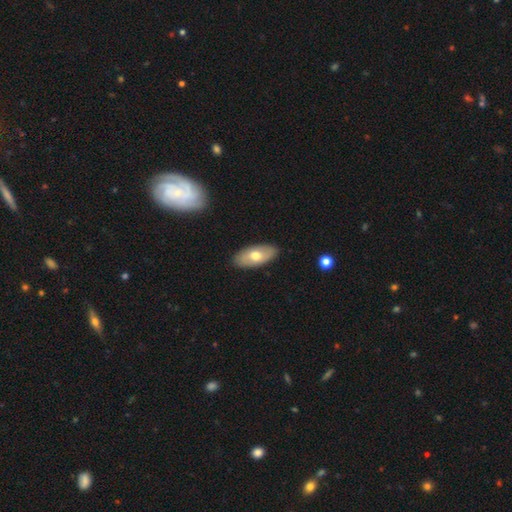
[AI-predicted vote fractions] Smooth or featured? smooth (64%)
How rounded? in between (91%)
Merging? none (87%)